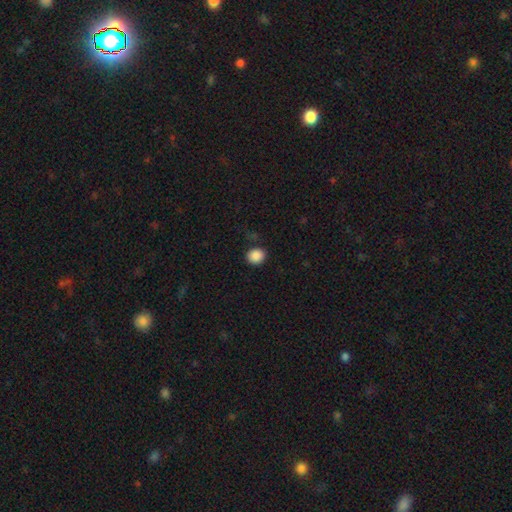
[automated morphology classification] type=smooth (88%); roundness=round (77%); merging=none (86%).